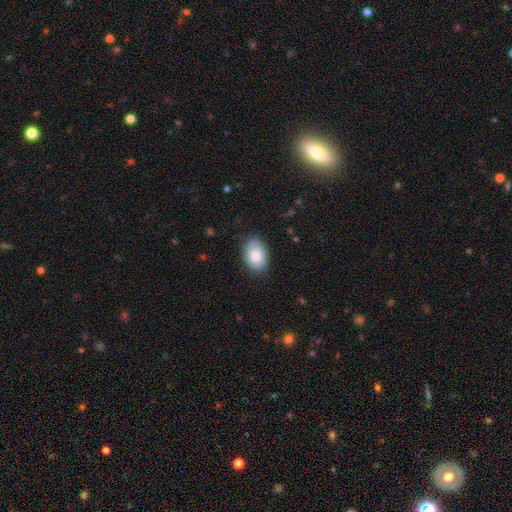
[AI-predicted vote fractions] smooth-or-featured: smooth: 83% | featured or disk: 11% | star or artifact: 6%
  how-rounded: in between: 86% | round: 13% | cigar-shaped: 1%
  merging: none: 80% | minor disturbance: 16% | major disturbance: 3% | merger: 1%